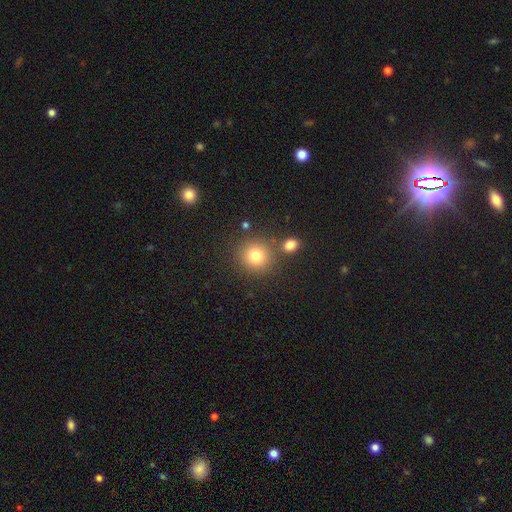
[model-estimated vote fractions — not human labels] Smooth or featured? Predicted: smooth (p=0.80). How rounded? Predicted: round (p=0.90). Merging? Predicted: none (p=0.77).